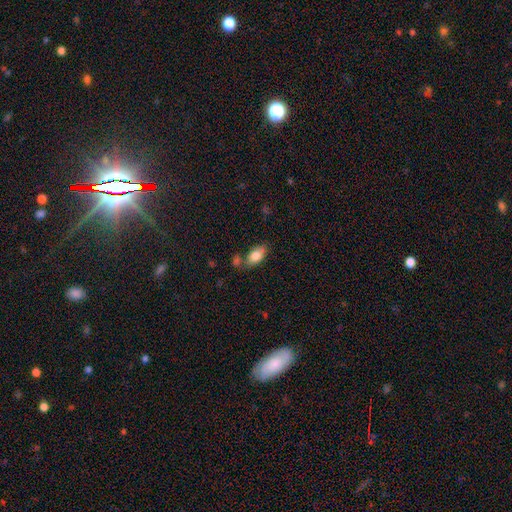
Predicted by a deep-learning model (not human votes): Overall: smooth (80%). How rounded: in between (89%). Merging: none (62%).